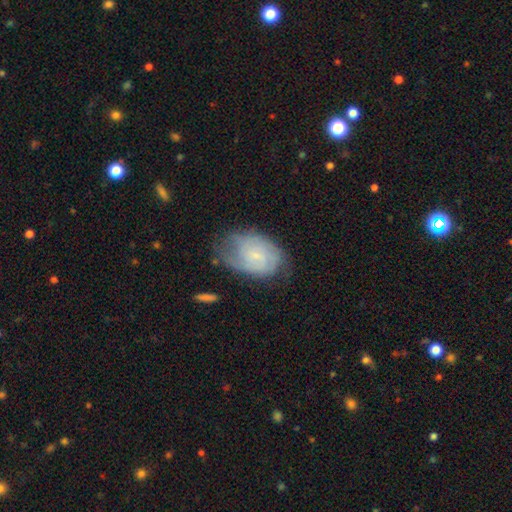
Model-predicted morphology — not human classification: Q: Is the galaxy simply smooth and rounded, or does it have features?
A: featured or disk — 57%.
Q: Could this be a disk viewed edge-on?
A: no — 97%.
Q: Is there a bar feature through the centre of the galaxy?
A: no — 61%.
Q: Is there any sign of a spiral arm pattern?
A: yes — 83%.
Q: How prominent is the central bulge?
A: small — 75%.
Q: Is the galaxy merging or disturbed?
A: none — 52%.